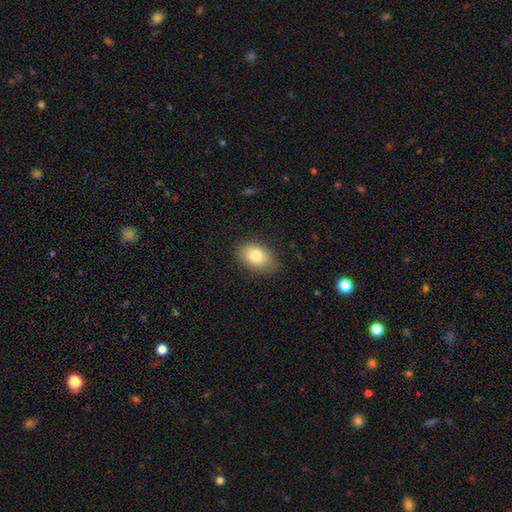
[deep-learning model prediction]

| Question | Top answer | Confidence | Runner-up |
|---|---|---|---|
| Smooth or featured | smooth | 80% | featured or disk (12%) |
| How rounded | in between | 87% | round (12%) |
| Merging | none | 84% | minor disturbance (12%) |